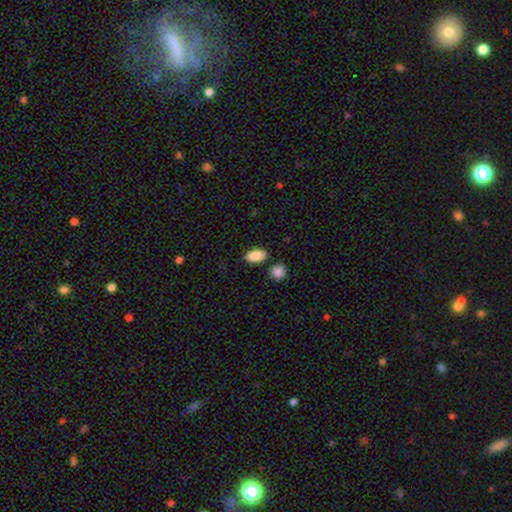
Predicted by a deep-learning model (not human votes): smooth 88%, star or artifact 7%, featured or disk 5%. Down the decision tree: how rounded — in between (90%); merging — none (81%).